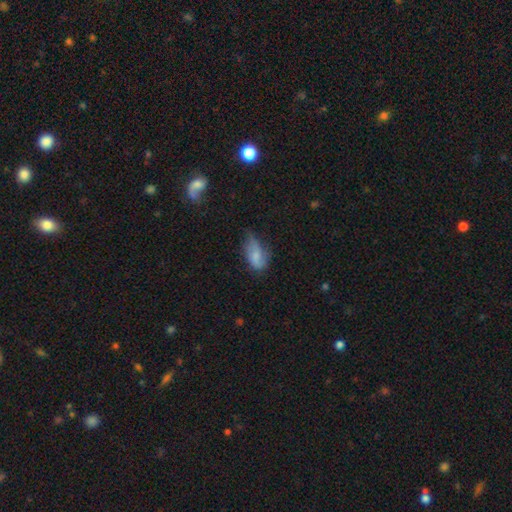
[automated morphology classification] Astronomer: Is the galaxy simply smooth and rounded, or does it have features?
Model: smooth — 70%.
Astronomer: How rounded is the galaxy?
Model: in between — 90%.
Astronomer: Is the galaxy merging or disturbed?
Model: minor disturbance — 42% (runner-up: none, 37%).